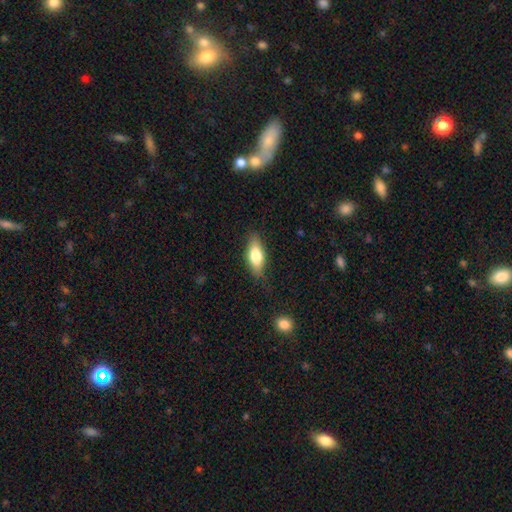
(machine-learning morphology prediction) Smooth or featured?
  - smooth: 71% *
  - featured or disk: 23%
  - star or artifact: 7%
How rounded?
  - in between: 74% *
  - cigar-shaped: 23%
  - round: 3%
Merging?
  - none: 78% *
  - minor disturbance: 16%
  - major disturbance: 4%
  - merger: 1%